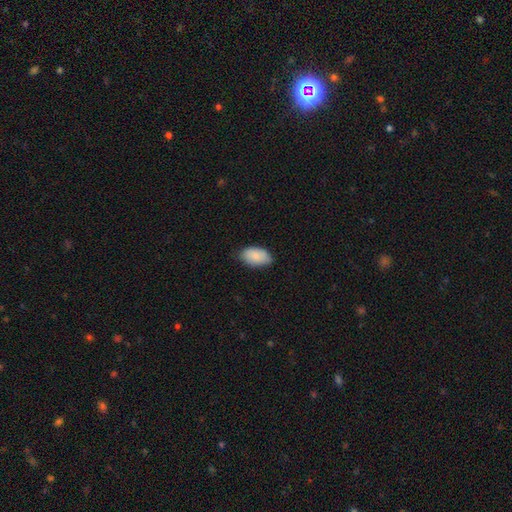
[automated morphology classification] This appears to be a smooth galaxy with no disk features (87%) that is in between round and cigar-shaped (94%). Merging: none (75%).